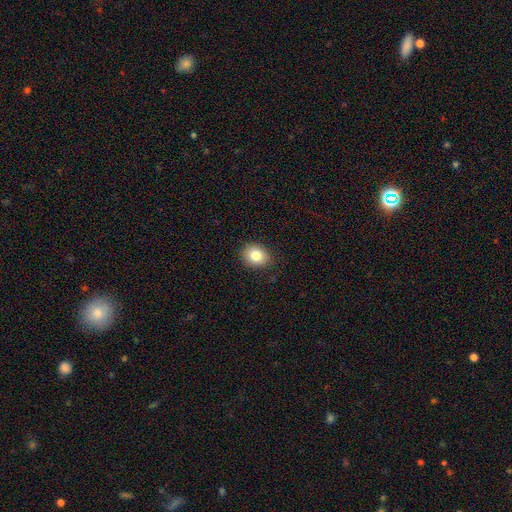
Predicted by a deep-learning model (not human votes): Smooth or featured? smooth (83%)
How rounded? in between (51%)
Merging? none (86%)